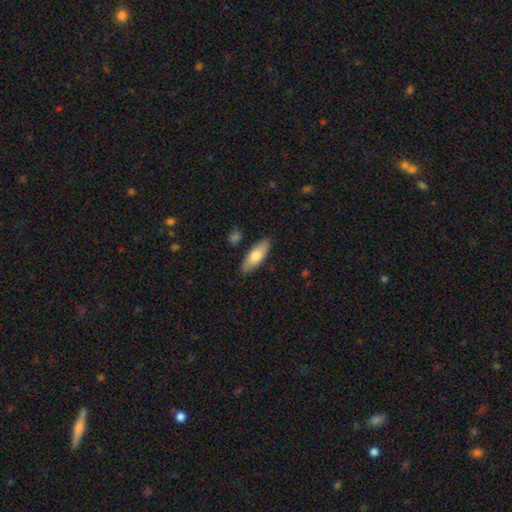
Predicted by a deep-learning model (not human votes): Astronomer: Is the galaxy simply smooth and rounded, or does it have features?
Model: smooth — 75%.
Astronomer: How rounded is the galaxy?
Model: in between — 71%.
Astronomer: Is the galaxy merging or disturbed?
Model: none — 86%.